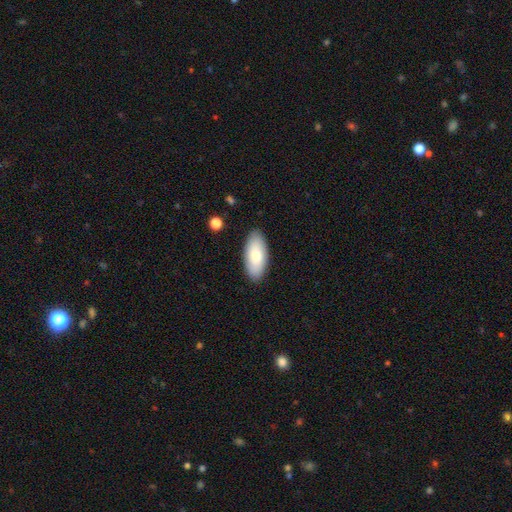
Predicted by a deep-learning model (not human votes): Smooth or featured? smooth (76%)
How rounded? in between (90%)
Merging? none (88%)